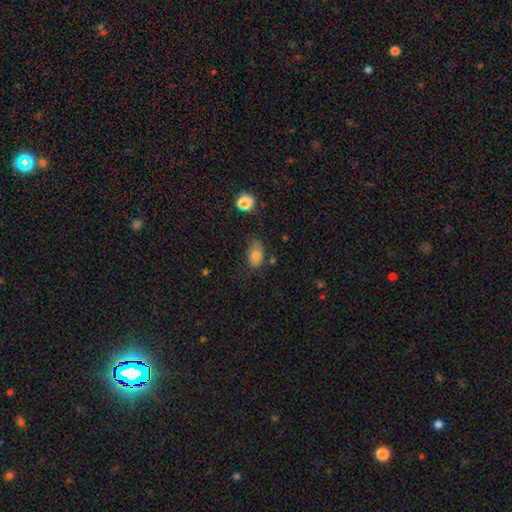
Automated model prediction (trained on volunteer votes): smooth_or_featured: smooth (p=0.78) [alt: featured or disk p=0.12]
how_rounded: in between (p=0.85) [alt: round p=0.13]
merging: none (p=0.49) [alt: minor disturbance p=0.34]